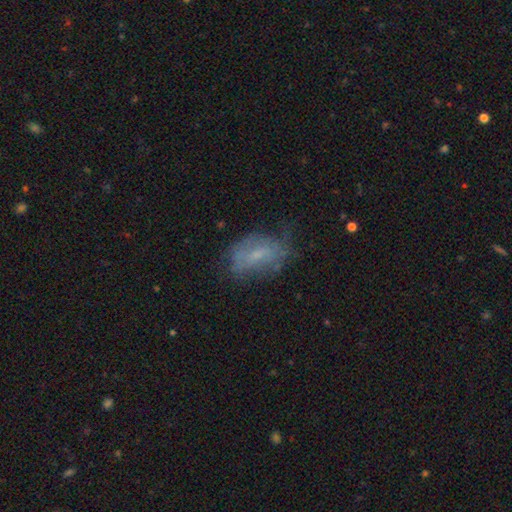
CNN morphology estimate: Smooth or featured? Predicted: smooth (p=0.41). Merging? Predicted: none (p=0.64).